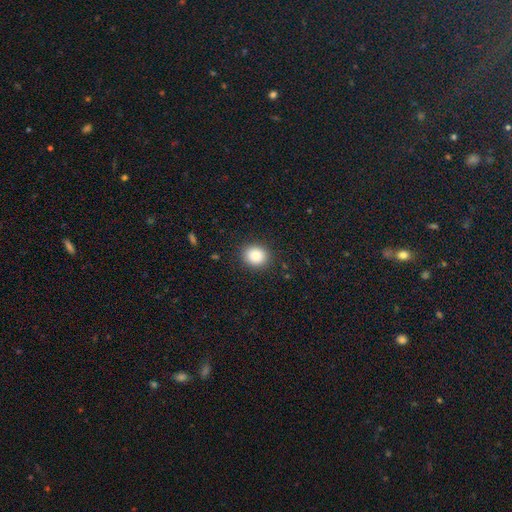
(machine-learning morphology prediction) Smooth or featured? smooth (85%)
How rounded? round (79%)
Merging? none (90%)